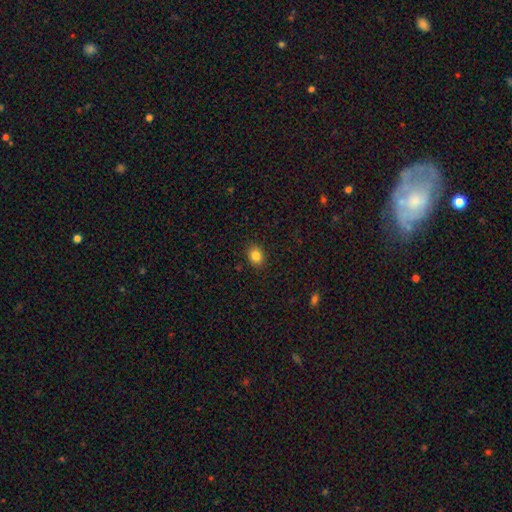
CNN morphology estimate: A smooth galaxy with no disk features (84%) that is in between round and cigar-shaped (50%). Merging: none (89%).